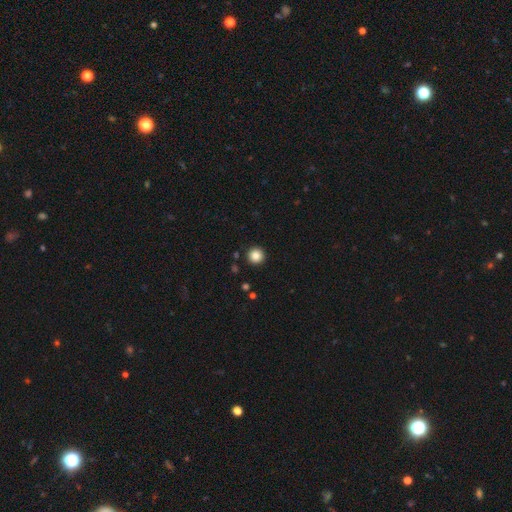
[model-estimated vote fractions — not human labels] smooth-or-featured: smooth: 85% | star or artifact: 10% | featured or disk: 4%
  how-rounded: round: 96% | in between: 3% | cigar-shaped: 1%
  merging: none: 93% | minor disturbance: 4% | major disturbance: 2% | merger: 1%